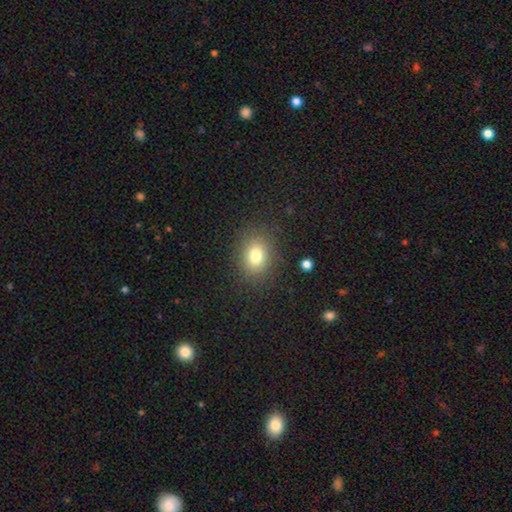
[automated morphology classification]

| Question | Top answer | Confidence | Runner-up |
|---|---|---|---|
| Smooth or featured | smooth | 78% | star or artifact (12%) |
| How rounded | in between | 59% | round (39%) |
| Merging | none | 85% | minor disturbance (9%) |